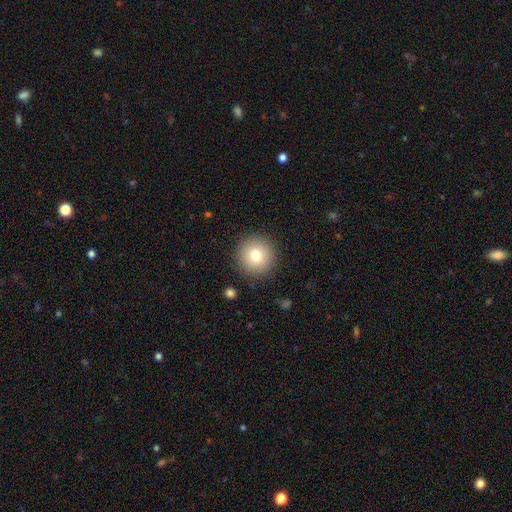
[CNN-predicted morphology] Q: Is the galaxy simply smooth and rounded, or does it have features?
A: smooth — 77%.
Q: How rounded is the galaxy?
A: round — 96%.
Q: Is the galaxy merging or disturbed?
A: none — 90%.